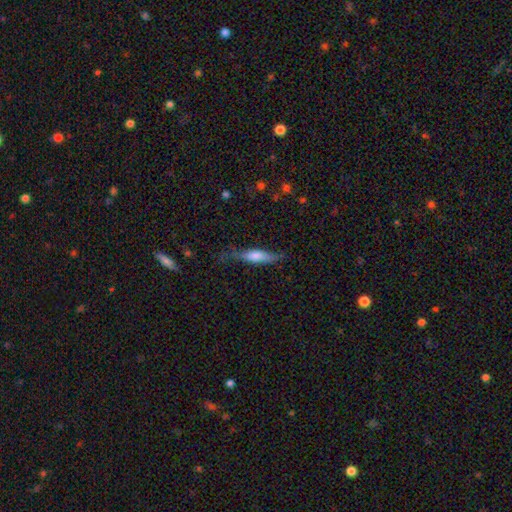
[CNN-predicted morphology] Overall: smooth (54%; featured or disk 40%). How rounded: cigar-shaped (75%). Merging: none (66%).